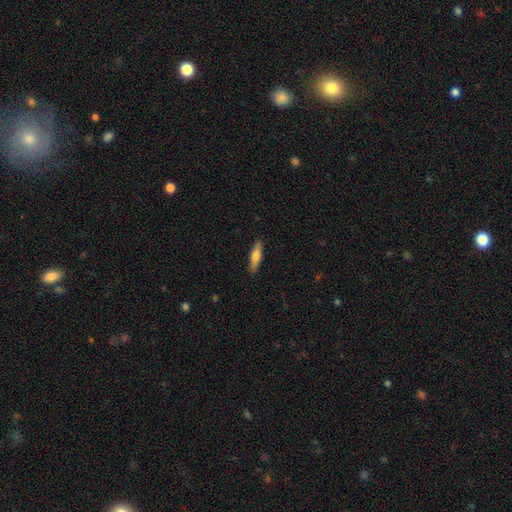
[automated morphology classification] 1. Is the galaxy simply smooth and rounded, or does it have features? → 66% smooth, 28% featured or disk, 6% star or artifact.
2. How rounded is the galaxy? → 74% cigar-shaped, 24% in between, 2% round.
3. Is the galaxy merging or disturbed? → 88% none, 9% minor disturbance, 2% major disturbance, 1% merger.